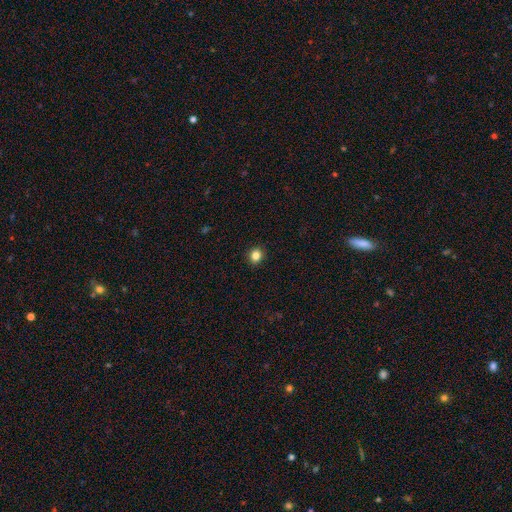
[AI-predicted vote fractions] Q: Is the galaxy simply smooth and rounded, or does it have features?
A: smooth — 84%.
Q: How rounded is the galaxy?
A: round — 78%.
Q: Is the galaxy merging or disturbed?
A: none — 92%.